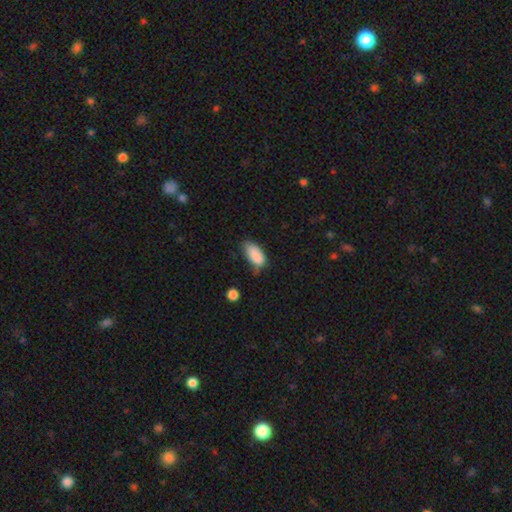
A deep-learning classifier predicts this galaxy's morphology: A smooth galaxy with no disk features (87%) that is in between round and cigar-shaped (90%).

Vote fractions:
- Smooth or featured? smooth: 87% / star or artifact: 8% / featured or disk: 5%
- How rounded? in between: 90% / cigar-shaped: 7% / round: 3%
- Merging? none: 51% / minor disturbance: 36% / major disturbance: 9% / merger: 4%